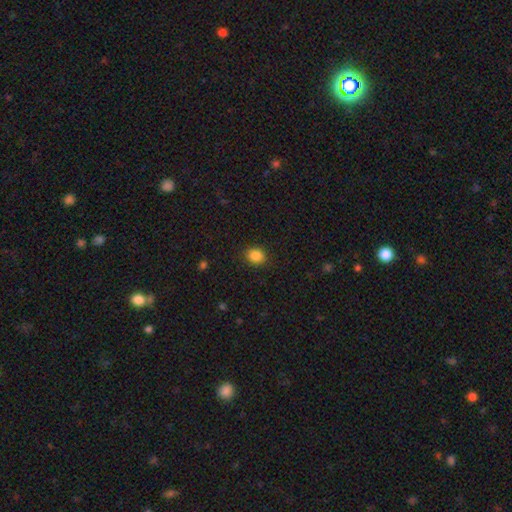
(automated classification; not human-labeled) Smooth or featured: smooth — 86% (star or artifact — 10%)
How rounded: round — 58% (in between — 41%)
Merging: none — 88% (minor disturbance — 9%)